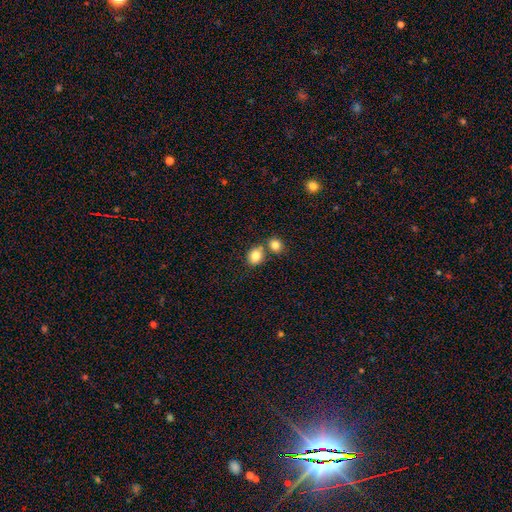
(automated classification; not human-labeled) Morphology: type=smooth (84%); roundness=round (59%); merging=none (55%).